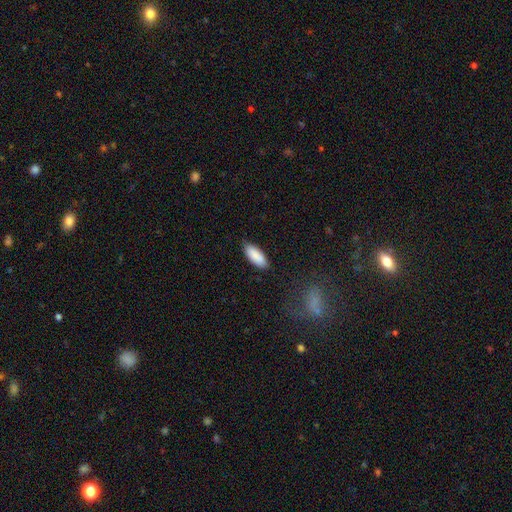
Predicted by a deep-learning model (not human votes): The model was most divided on "how rounded": in between: 79%, cigar-shaped: 20%, round: 2%. More confident: smooth or featured — smooth (89%); merging — none (84%).